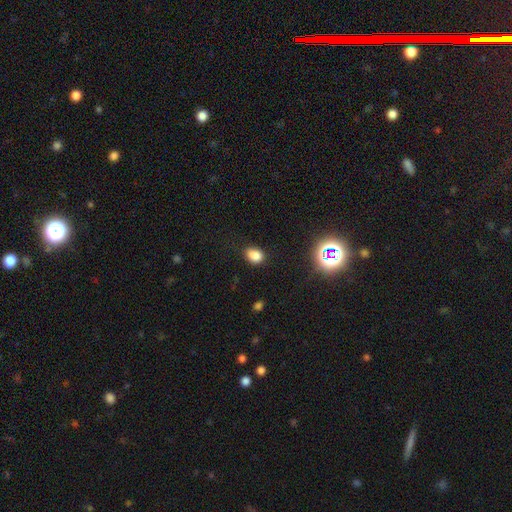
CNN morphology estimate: Smooth or featured? smooth (80%)
How rounded? in between (69%)
Merging? none (76%)